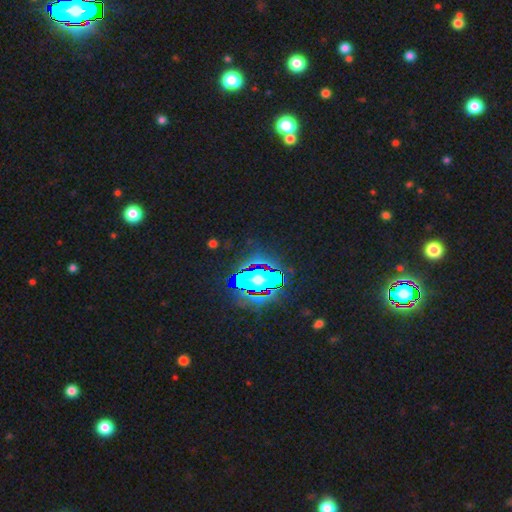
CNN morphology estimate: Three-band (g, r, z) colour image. It shows a star or artifact, not a galaxy (69%).